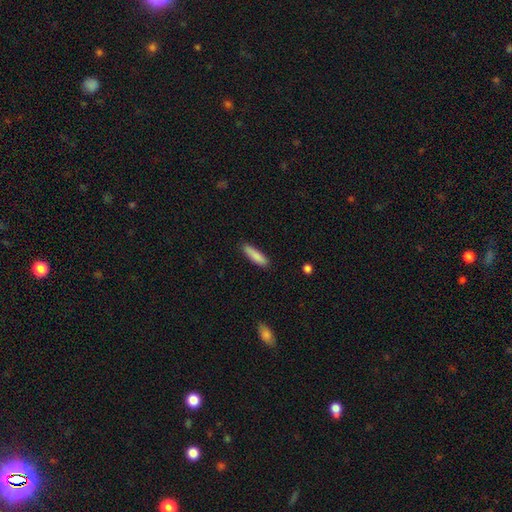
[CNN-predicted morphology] type=smooth (86%); roundness=cigar-shaped (71%); merging=none (85%).